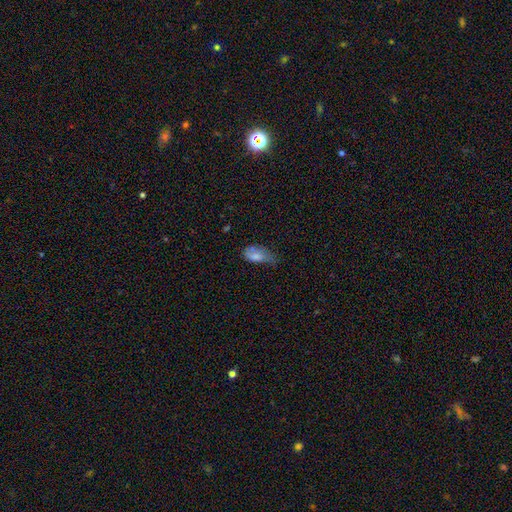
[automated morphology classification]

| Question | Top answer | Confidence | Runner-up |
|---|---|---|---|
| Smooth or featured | smooth | 72% | featured or disk (19%) |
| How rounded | in between | 89% | cigar-shaped (6%) |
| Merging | minor disturbance | 42% | major disturbance (30%) |